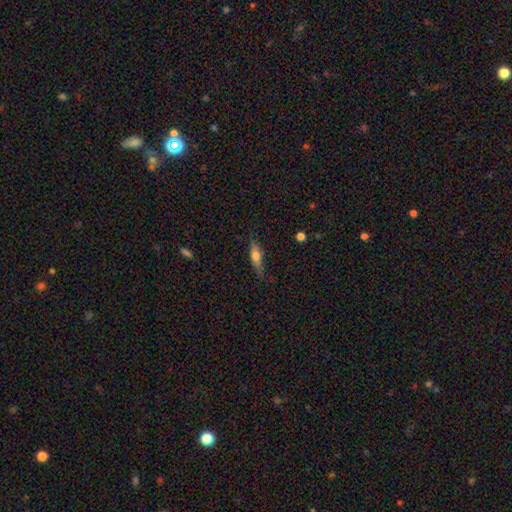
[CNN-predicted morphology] smooth-or-featured: smooth: 58% | featured or disk: 35% | star or artifact: 7%
  how-rounded: cigar-shaped: 59% | in between: 37% | round: 3%
  merging: none: 73% | minor disturbance: 21% | major disturbance: 5% | merger: 2%